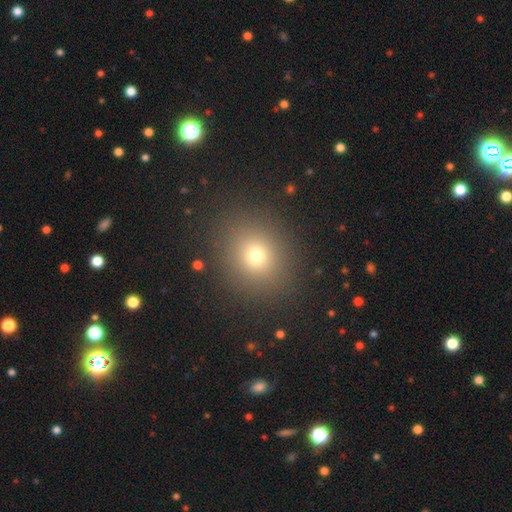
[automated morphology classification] smooth-or-featured: smooth: 72% | star or artifact: 19% | featured or disk: 9%
  how-rounded: round: 78% | in between: 21% | cigar-shaped: 1%
  merging: none: 89% | minor disturbance: 7% | major disturbance: 3% | merger: 1%